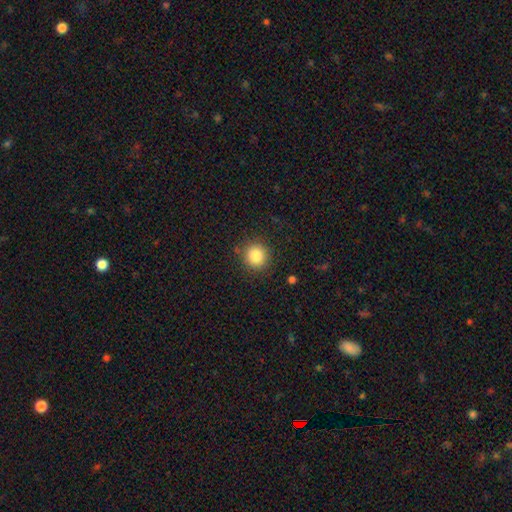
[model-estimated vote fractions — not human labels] Smooth or featured?
  - smooth: 84% *
  - star or artifact: 11%
  - featured or disk: 5%
How rounded?
  - round: 92% *
  - in between: 7%
  - cigar-shaped: 1%
Merging?
  - none: 87% *
  - minor disturbance: 9%
  - major disturbance: 3%
  - merger: 2%